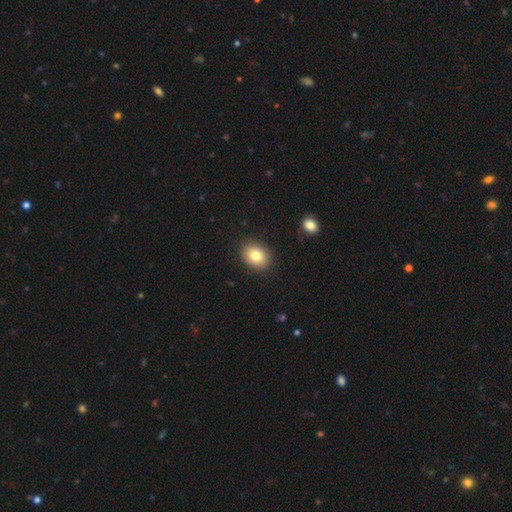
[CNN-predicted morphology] Q: Smooth or featured?
A: smooth (82%); runner-up: star or artifact (9%)
Q: How rounded?
A: in between (55%); runner-up: round (44%)
Q: Merging?
A: none (89%); runner-up: minor disturbance (8%)